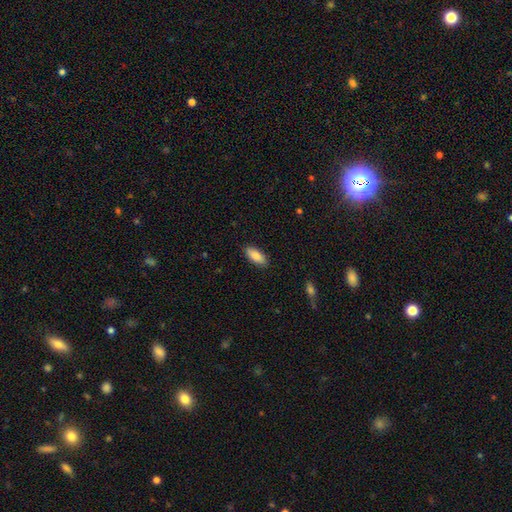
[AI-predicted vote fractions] Smooth or featured: smooth — 85% (featured or disk — 9%)
How rounded: in between — 86% (cigar-shaped — 12%)
Merging: none — 88% (minor disturbance — 9%)